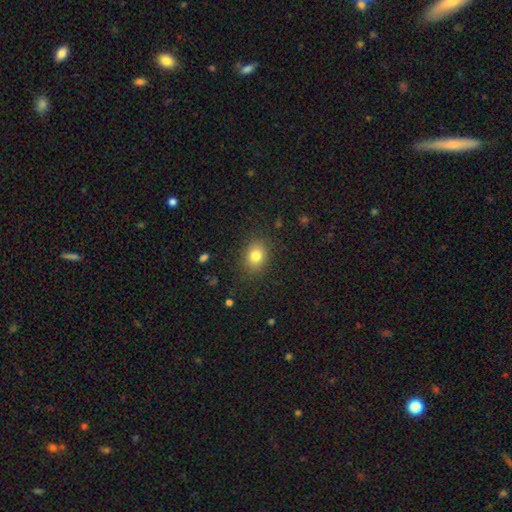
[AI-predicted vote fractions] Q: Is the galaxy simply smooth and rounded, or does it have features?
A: smooth — 80%.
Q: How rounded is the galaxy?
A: in between — 51%.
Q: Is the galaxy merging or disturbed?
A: none — 86%.